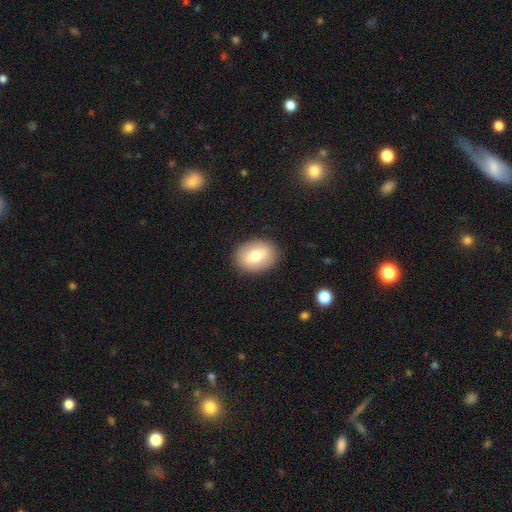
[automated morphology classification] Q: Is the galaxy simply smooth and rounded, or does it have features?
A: smooth — 67%.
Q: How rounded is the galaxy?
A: in between — 66%.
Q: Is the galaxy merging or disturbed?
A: none — 88%.